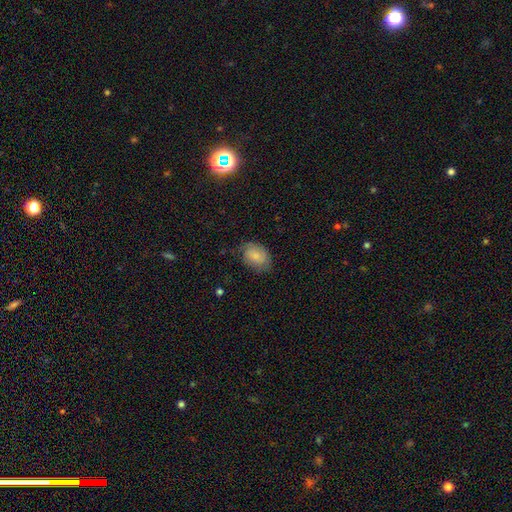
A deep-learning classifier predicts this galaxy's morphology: This is likely a smooth galaxy (75%). How rounded: likely in between (78%). Merging: likely none (62%).